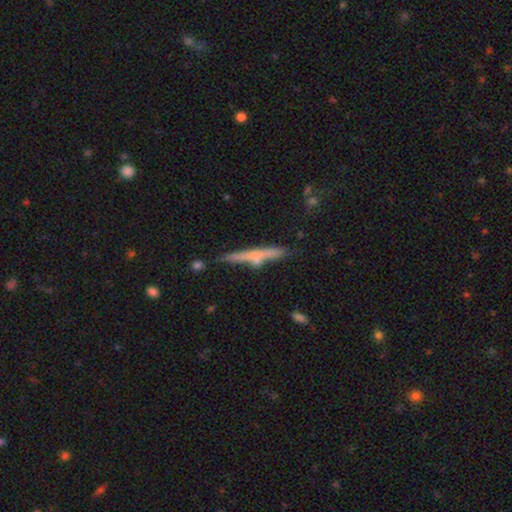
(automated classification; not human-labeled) Q: Smooth or featured?
A: featured or disk (47%); runner-up: smooth (46%)
Q: Merging?
A: none (72%); runner-up: minor disturbance (15%)